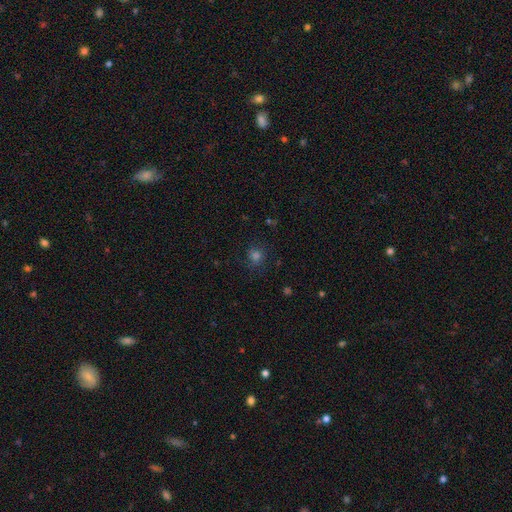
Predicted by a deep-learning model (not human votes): smooth 69%, star or artifact 24%, featured or disk 7%. Down the decision tree: how rounded — round (86%); merging — none (83%).